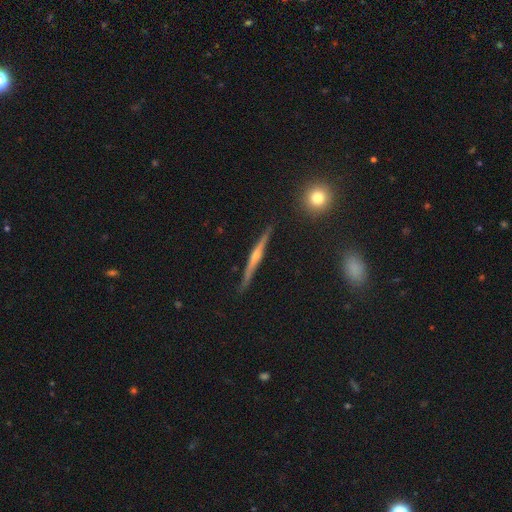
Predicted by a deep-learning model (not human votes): Overall: featured or disk (80%). Edge-on disk: yes (98%). Edge-on bulge: rounded (82%). Merging: none (91%).